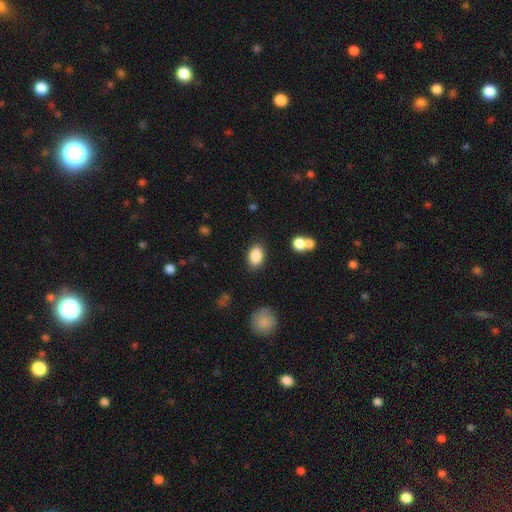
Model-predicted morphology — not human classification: type=smooth (87%); roundness=in between (85%); merging=none (84%).